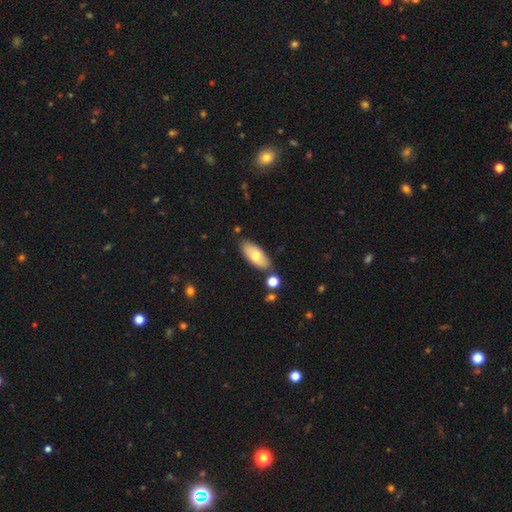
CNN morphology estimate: Smooth or featured? smooth (68%)
How rounded? in between (85%)
Merging? none (79%)